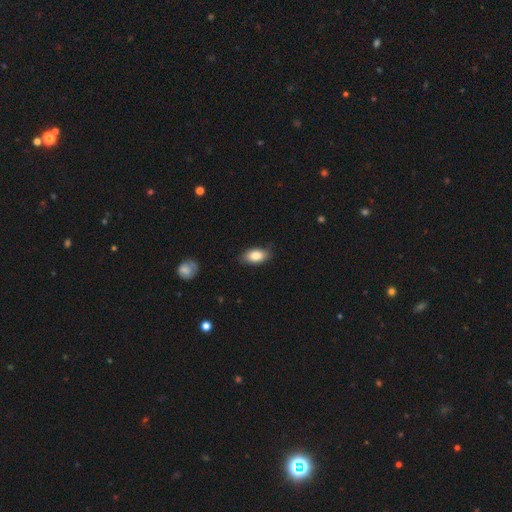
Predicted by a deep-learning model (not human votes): This appears to be a smooth galaxy with no disk features (84%) that is in between round and cigar-shaped (91%). Merging: none (82%).